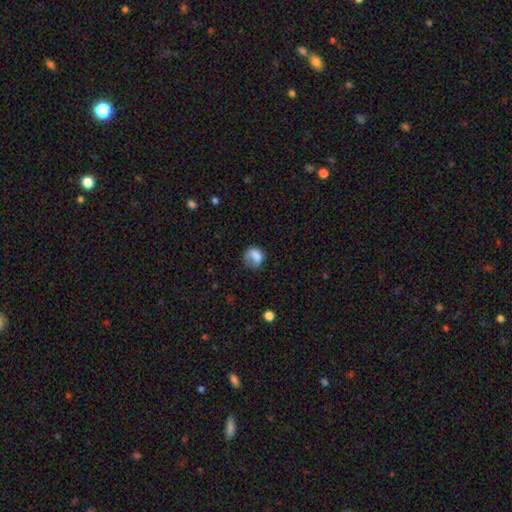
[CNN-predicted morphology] A smooth galaxy with no disk features (76%) that is round (63%). Merging: none (45%).